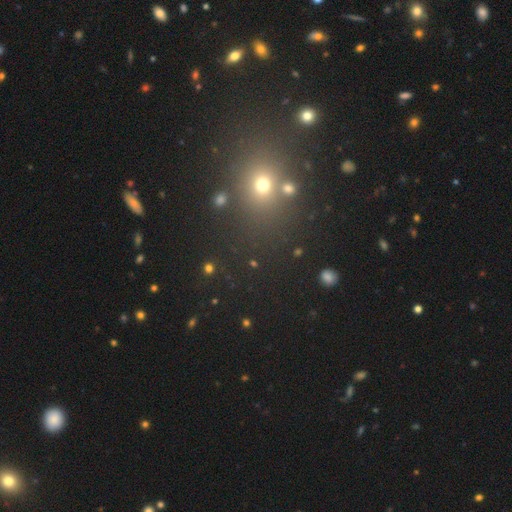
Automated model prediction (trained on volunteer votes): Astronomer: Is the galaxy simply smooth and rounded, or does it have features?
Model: star or artifact — 50% (runner-up: smooth, 42%).